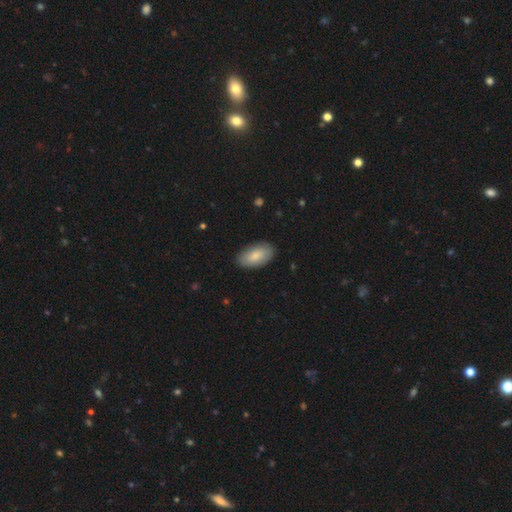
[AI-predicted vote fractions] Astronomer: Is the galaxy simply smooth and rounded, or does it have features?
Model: smooth — 82%.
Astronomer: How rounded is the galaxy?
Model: in between — 94%.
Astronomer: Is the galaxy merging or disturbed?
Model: none — 87%.